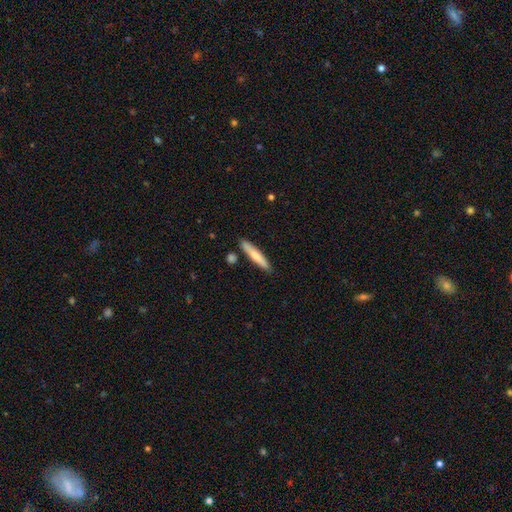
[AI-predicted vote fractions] Morphology: type=smooth (72%); roundness=cigar-shaped (90%); merging=none (85%).